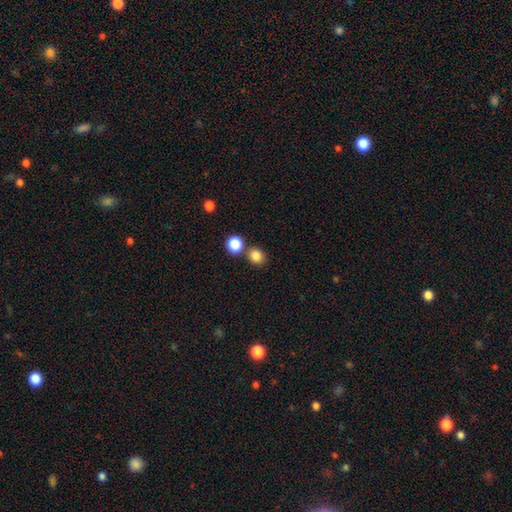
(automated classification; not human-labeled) Smooth or featured: smooth — 84% (star or artifact — 12%)
How rounded: round — 68% (in between — 31%)
Merging: none — 69% (merger — 20%)